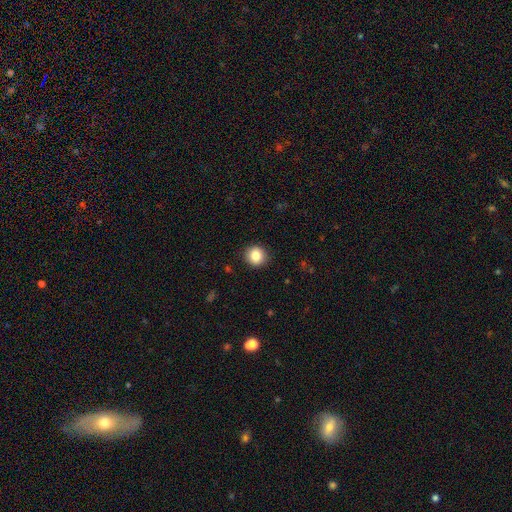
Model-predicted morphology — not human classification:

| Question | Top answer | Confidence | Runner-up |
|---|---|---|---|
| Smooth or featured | smooth | 85% | star or artifact (9%) |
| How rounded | round | 91% | in between (8%) |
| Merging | none | 91% | minor disturbance (6%) |